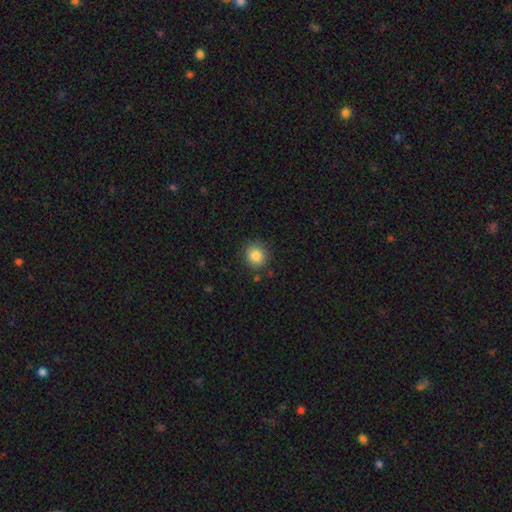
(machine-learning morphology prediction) Smooth or featured?
  - smooth: 84% *
  - star or artifact: 10%
  - featured or disk: 6%
How rounded?
  - round: 90% *
  - in between: 9%
  - cigar-shaped: 1%
Merging?
  - none: 87% *
  - minor disturbance: 9%
  - major disturbance: 2%
  - merger: 2%